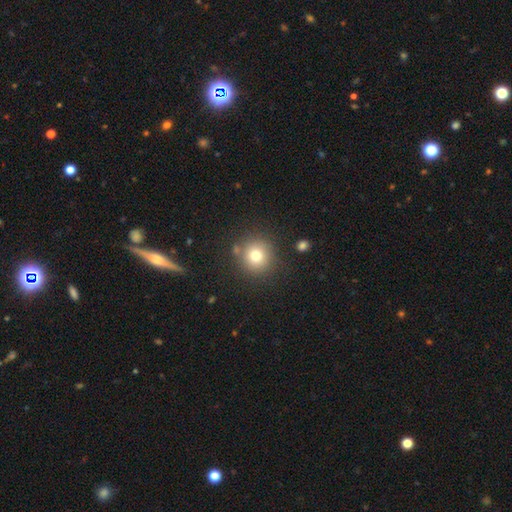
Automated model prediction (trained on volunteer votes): Smooth or featured? smooth (76%)
How rounded? round (93%)
Merging? none (83%)